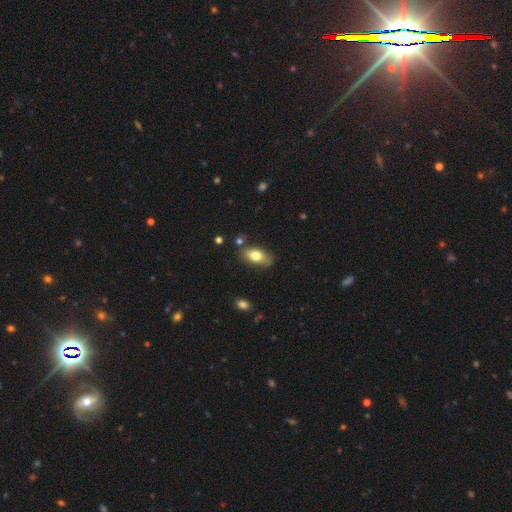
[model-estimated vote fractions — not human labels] A smooth galaxy with no disk features (77%) that is in between round and cigar-shaped (89%).

Vote fractions:
- Smooth or featured? smooth: 77% / featured or disk: 16% / star or artifact: 8%
- How rounded? in between: 89% / round: 6% / cigar-shaped: 5%
- Merging? none: 77% / minor disturbance: 15% / merger: 4% / major disturbance: 3%